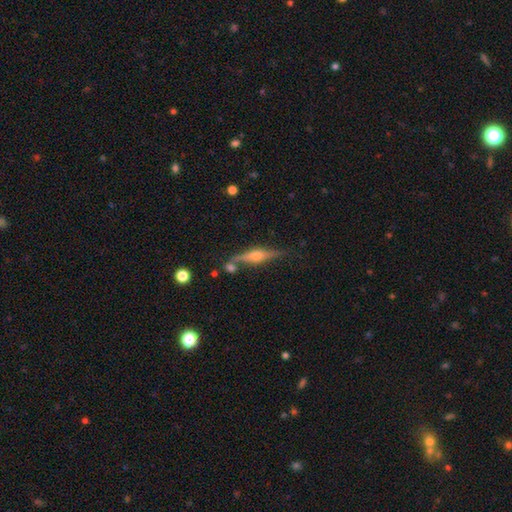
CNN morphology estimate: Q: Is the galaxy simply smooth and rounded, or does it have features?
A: featured or disk — 73%.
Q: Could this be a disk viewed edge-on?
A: yes — 96%.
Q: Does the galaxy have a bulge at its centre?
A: rounded — 84%.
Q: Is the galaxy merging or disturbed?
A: none — 72%.